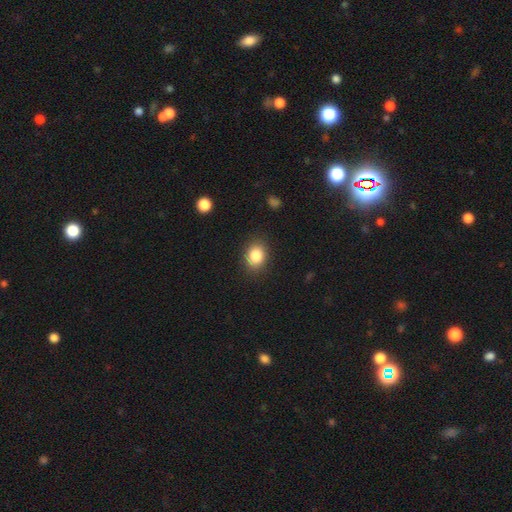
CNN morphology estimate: Smooth or featured: smooth — 85% (star or artifact — 9%)
How rounded: in between — 52% (round — 47%)
Merging: none — 86% (minor disturbance — 10%)